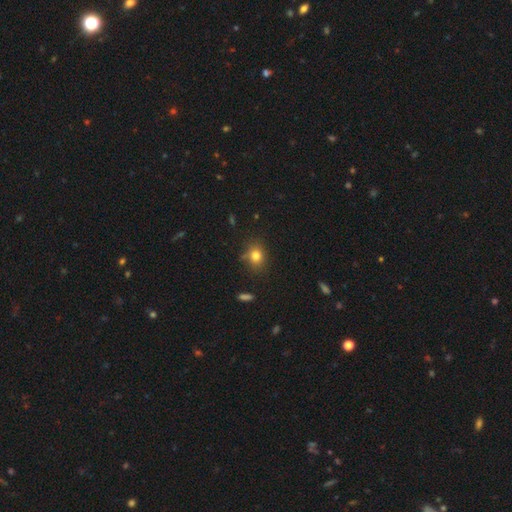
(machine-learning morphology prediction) A smooth galaxy with no disk features (80%) that is round (64%).

Vote fractions:
- Smooth or featured? smooth: 80% / star or artifact: 13% / featured or disk: 8%
- How rounded? round: 64% / in between: 35% / cigar-shaped: 1%
- Merging? none: 76% / minor disturbance: 16% / major disturbance: 4% / merger: 4%